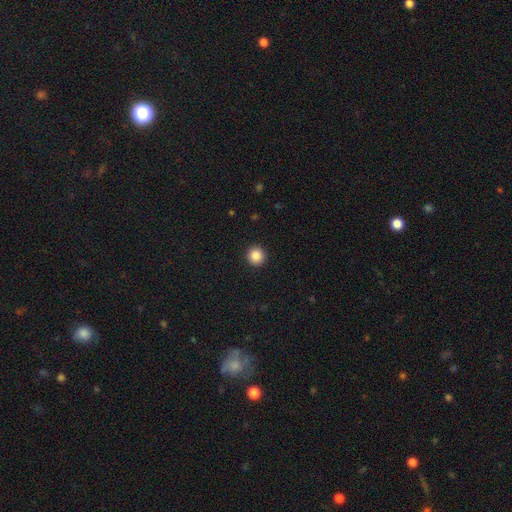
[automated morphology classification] type=smooth (87%); roundness=round (95%); merging=none (93%).